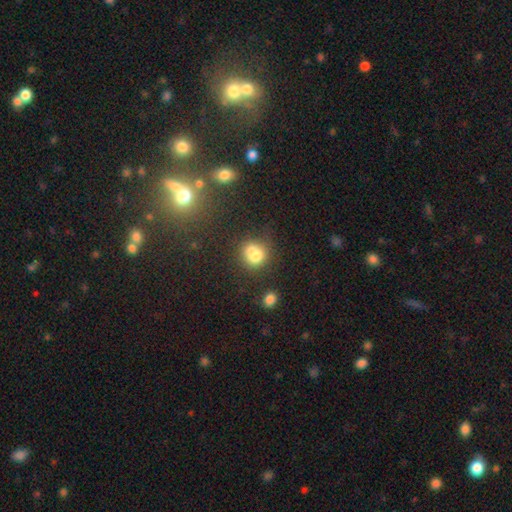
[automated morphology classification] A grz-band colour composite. It shows a smooth galaxy with no disk features (73%) that is round (73%). Merging: merger (43%).